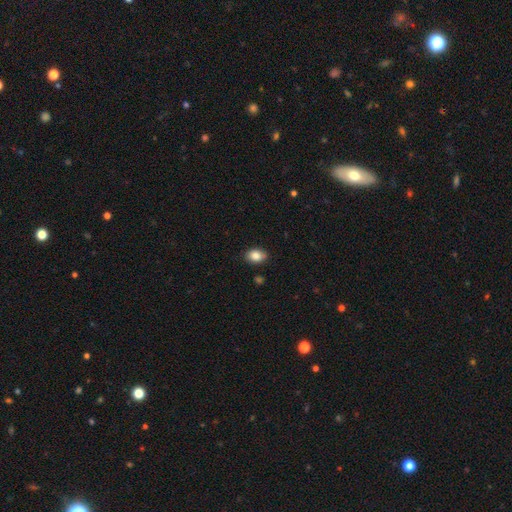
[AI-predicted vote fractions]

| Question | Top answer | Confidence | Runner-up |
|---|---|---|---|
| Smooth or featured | smooth | 85% | star or artifact (8%) |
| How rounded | in between | 78% | round (20%) |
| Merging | none | 85% | minor disturbance (11%) |